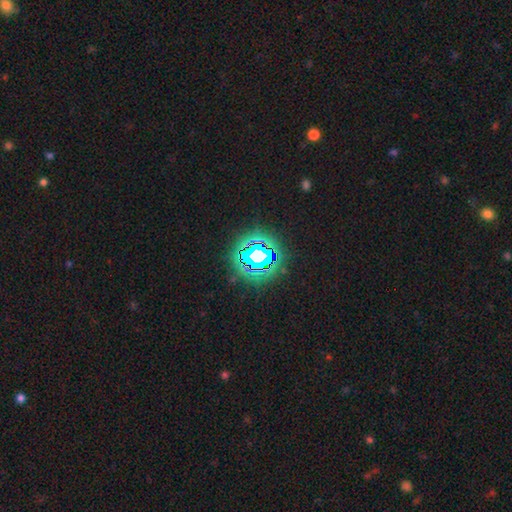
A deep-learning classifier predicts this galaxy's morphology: Smooth or featured? star or artifact (77%)